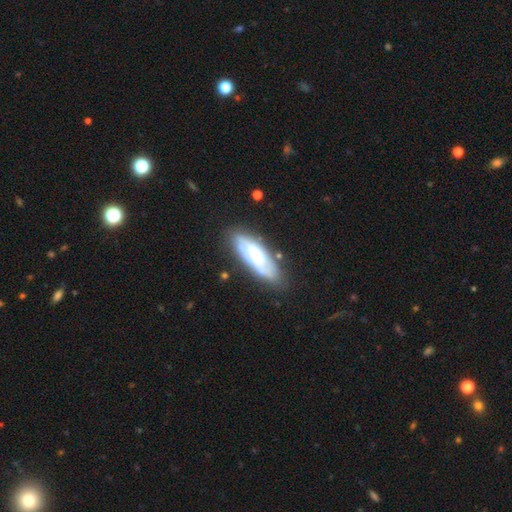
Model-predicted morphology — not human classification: The model was most divided on "smooth or featured": featured or disk: 58%, smooth: 36%, star or artifact: 6%. More confident: edge-on disk — no (77%); merging — none (77%).